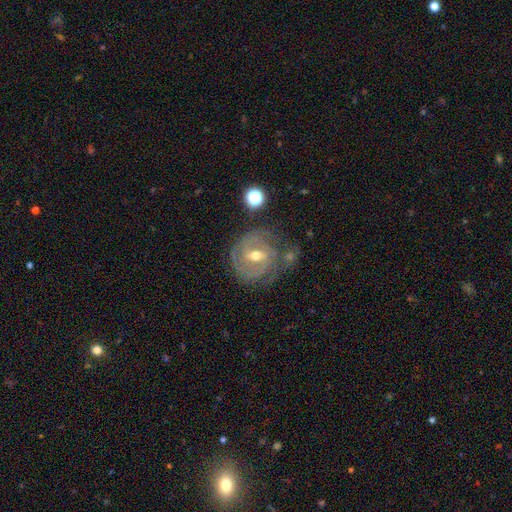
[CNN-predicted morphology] A featured or disk galaxy (83%) with a weak bar (55%), 2 (40%) tight (63%) spiral arms (91%) and a moderate central bulge (67%).

Vote fractions:
- Smooth or featured? featured or disk: 83% / smooth: 11% / star or artifact: 6%
- Edge-on disk? no: 97% / yes: 3%
- Bar? weak: 55% / strong: 25% / no: 20%
- Spiral arms? yes: 91% / no: 9%
- Spiral winding? tight: 63% / medium: 30% / loose: 7%
- Spiral arm count? 2: 40% / can't tell: 28% / 3: 19% / 1: 6% / 4: 4% / more than 4: 3%
- Bulge size? moderate: 67% / small: 29% / large: 2% / none: 1% / dominant: 1%
- Merging? none: 62% / minor disturbance: 21% / major disturbance: 11% / merger: 7%